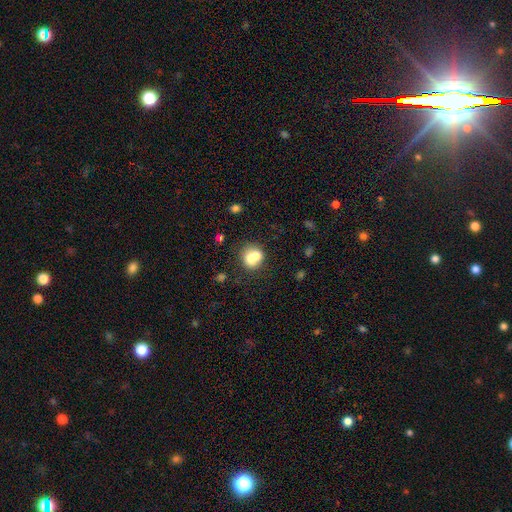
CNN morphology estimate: A smooth galaxy with no disk features (66%) that is round (75%).

Vote fractions:
- Smooth or featured? smooth: 66% / featured or disk: 23% / star or artifact: 10%
- How rounded? round: 75% / in between: 24% / cigar-shaped: 1%
- Merging? merger: 57% / none: 32% / minor disturbance: 7% / major disturbance: 4%